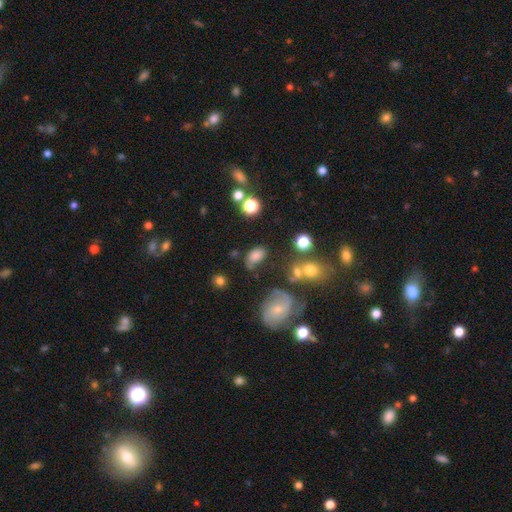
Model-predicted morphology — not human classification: smooth-or-featured: smooth: 69% | featured or disk: 18% | star or artifact: 13%
  how-rounded: in between: 84% | round: 14% | cigar-shaped: 2%
  merging: none: 48% | minor disturbance: 27% | major disturbance: 15% | merger: 10%